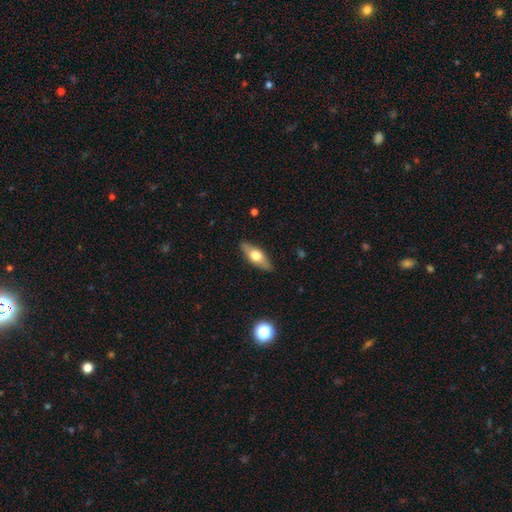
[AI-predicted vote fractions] This is possibly a smooth galaxy (53%). How rounded: likely in between (66%). Merging: clearly none (87%).